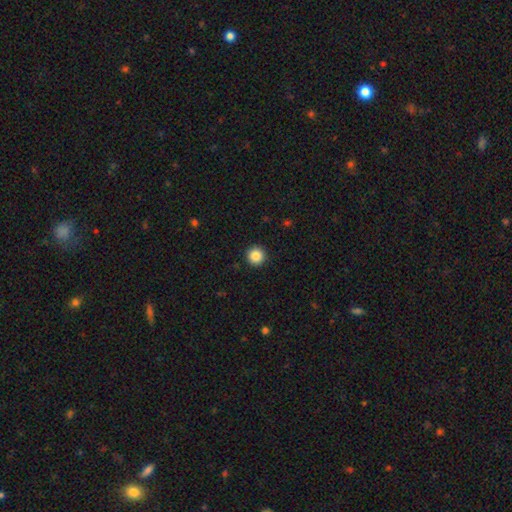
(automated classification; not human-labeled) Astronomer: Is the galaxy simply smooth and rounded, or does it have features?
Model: smooth — 86%.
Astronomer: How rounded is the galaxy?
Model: round — 96%.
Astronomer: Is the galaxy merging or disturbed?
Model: none — 93%.